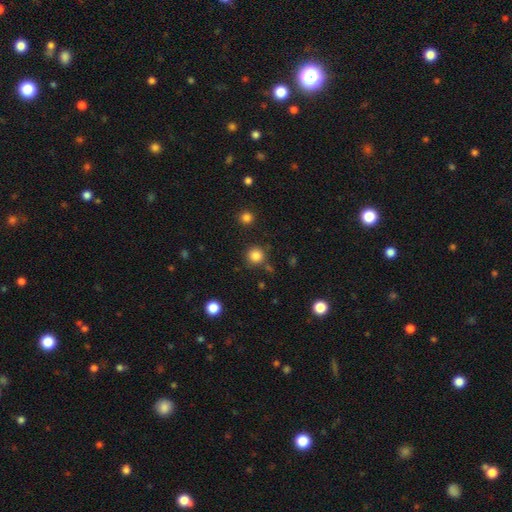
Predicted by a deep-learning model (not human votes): Q: Smooth or featured?
A: smooth (84%); runner-up: star or artifact (12%)
Q: How rounded?
A: round (93%); runner-up: in between (6%)
Q: Merging?
A: none (84%); runner-up: minor disturbance (8%)